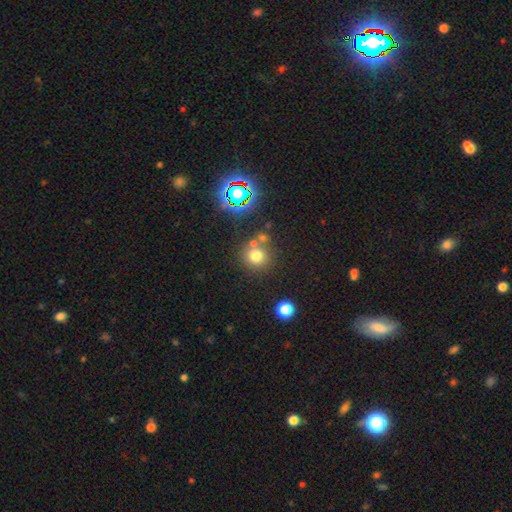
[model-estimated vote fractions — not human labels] smooth-or-featured: smooth: 72% | star or artifact: 19% | featured or disk: 9%
  how-rounded: round: 90% | in between: 9% | cigar-shaped: 1%
  merging: none: 67% | merger: 20% | minor disturbance: 9% | major disturbance: 4%